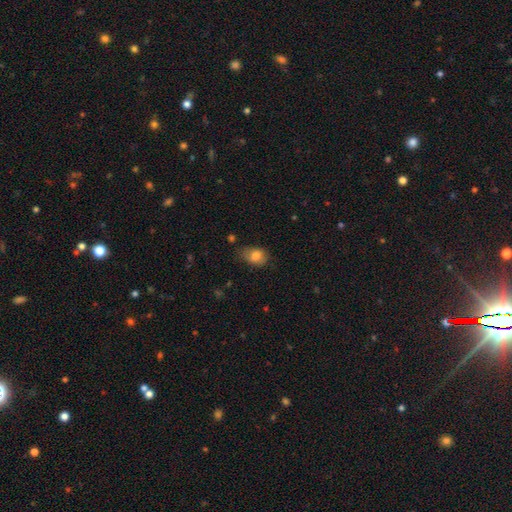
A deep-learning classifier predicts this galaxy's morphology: smooth 82%, featured or disk 10%, star or artifact 9%. Down the decision tree: how rounded — in between (72%); merging — none (59%).